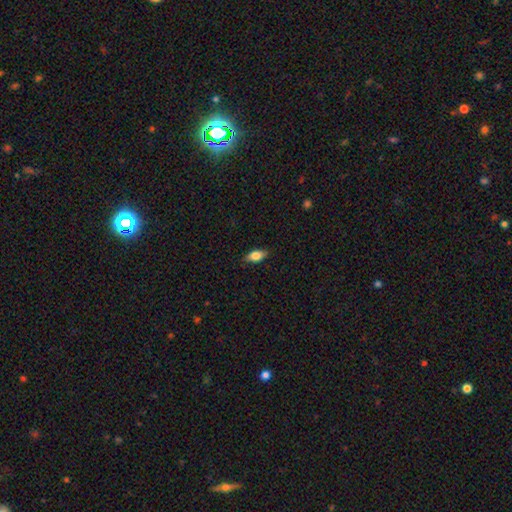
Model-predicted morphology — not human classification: Smooth or featured: smooth — 76% (featured or disk — 17%)
How rounded: in between — 85% (cigar-shaped — 10%)
Merging: none — 85% (minor disturbance — 11%)